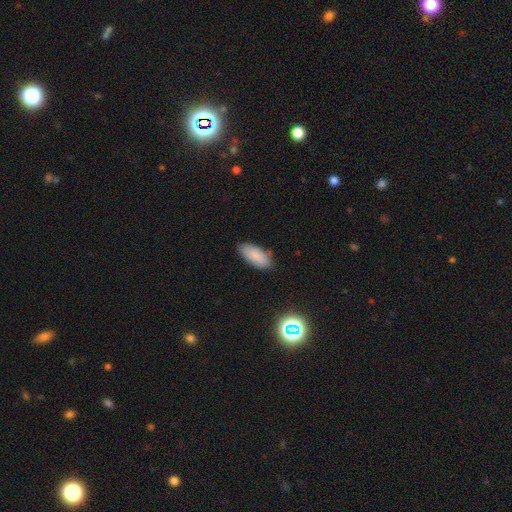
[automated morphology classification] This appears to be a smooth galaxy with no disk features (86%) that is in between round and cigar-shaped (88%). Merging: none (80%).